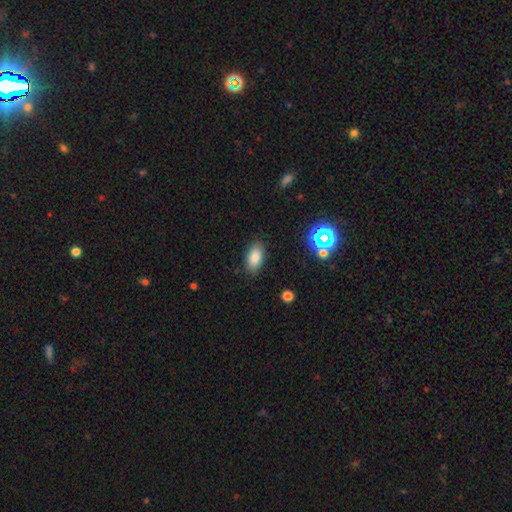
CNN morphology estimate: smooth 82%, star or artifact 11%, featured or disk 8%. Down the decision tree: how rounded — in between (91%); merging — none (86%).